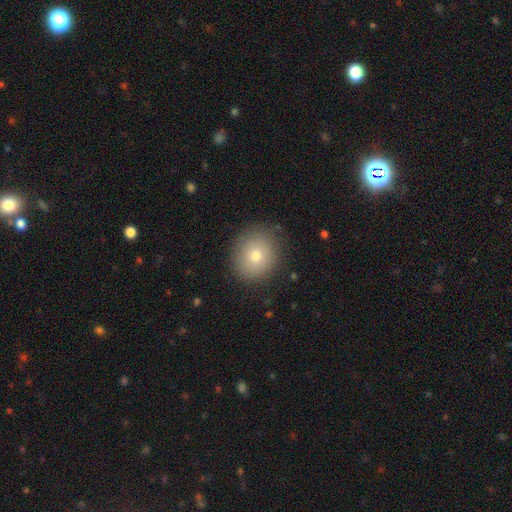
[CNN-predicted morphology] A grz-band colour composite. It shows a smooth galaxy with no disk features (76%) that is round (79%). Merging: none (85%).